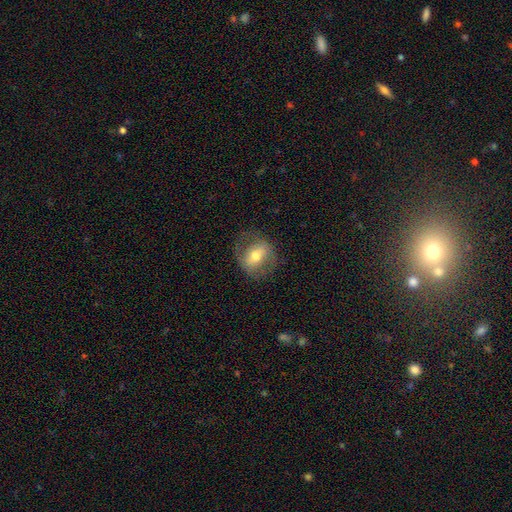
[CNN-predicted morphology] Smooth or featured? Predicted: smooth (p=0.48). Merging? Predicted: none (p=0.72).